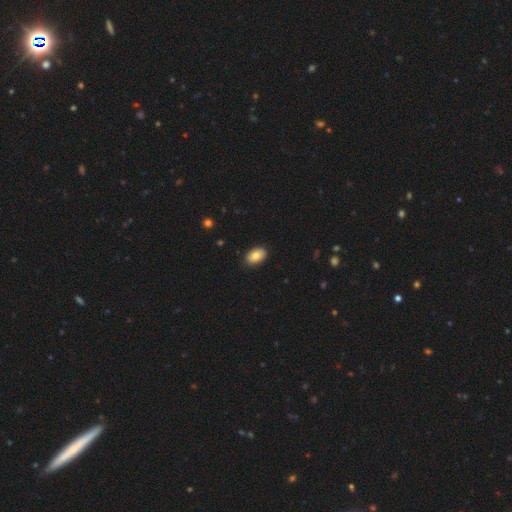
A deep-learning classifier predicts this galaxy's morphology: The model was most divided on "smooth or featured": smooth: 84%, featured or disk: 9%, star or artifact: 7%. More confident: how rounded — in between (90%); merging — none (89%).